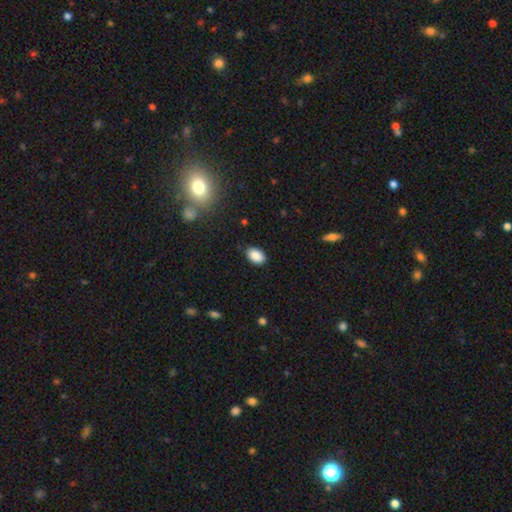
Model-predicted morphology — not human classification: Smooth or featured? smooth (88%)
How rounded? in between (90%)
Merging? none (85%)